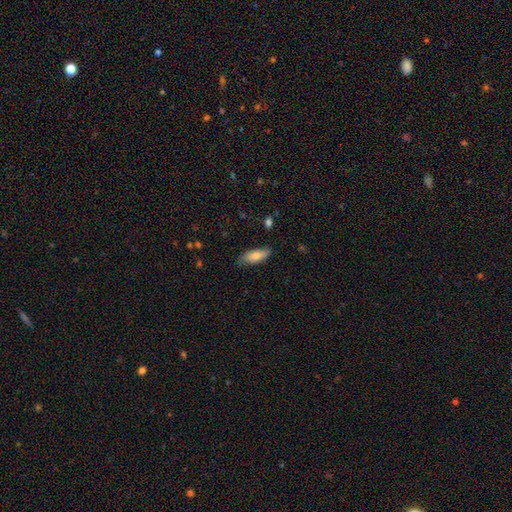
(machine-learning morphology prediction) This appears to be a smooth galaxy with no disk features (78%) that is in between round and cigar-shaped (70%). Merging: none (76%).